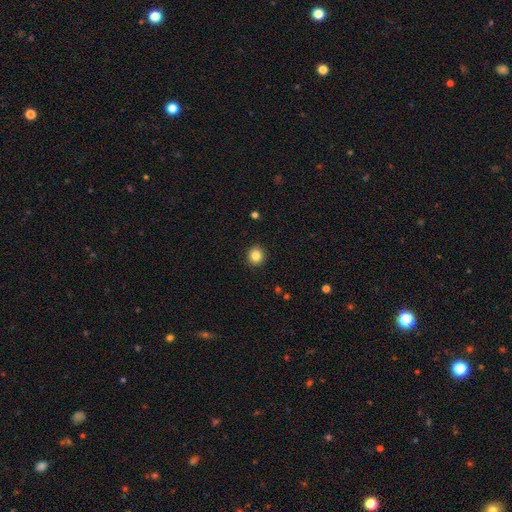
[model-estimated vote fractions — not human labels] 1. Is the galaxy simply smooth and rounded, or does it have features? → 84% smooth, 10% star or artifact, 5% featured or disk.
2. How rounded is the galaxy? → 92% round, 7% in between, 1% cigar-shaped.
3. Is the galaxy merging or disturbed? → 92% none, 5% minor disturbance, 2% major disturbance, 1% merger.